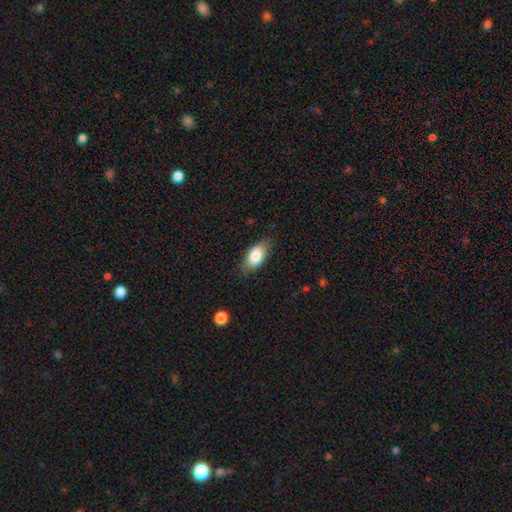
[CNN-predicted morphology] This is clearly a smooth galaxy (81%). How rounded: clearly in between (90%). Merging: likely none (76%).